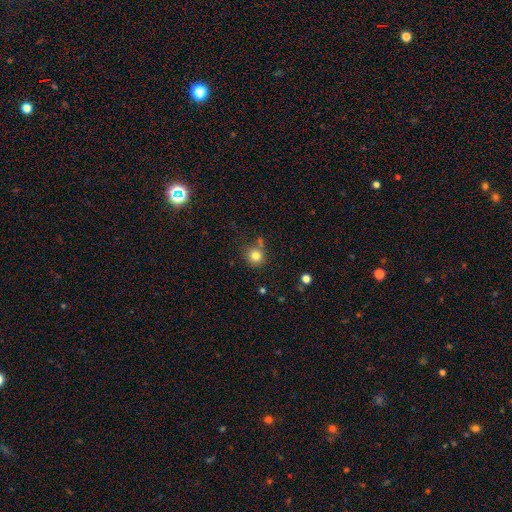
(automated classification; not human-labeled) smooth_or_featured: smooth (p=0.81) [alt: star or artifact p=0.12]
how_rounded: round (p=0.89) [alt: in between p=0.10]
merging: none (p=0.70) [alt: minor disturbance p=0.14]